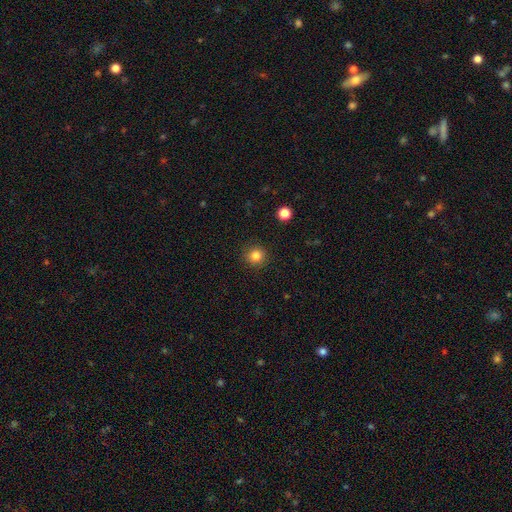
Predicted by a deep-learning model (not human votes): Morphology: type=smooth (83%); roundness=round (93%); merging=none (90%).